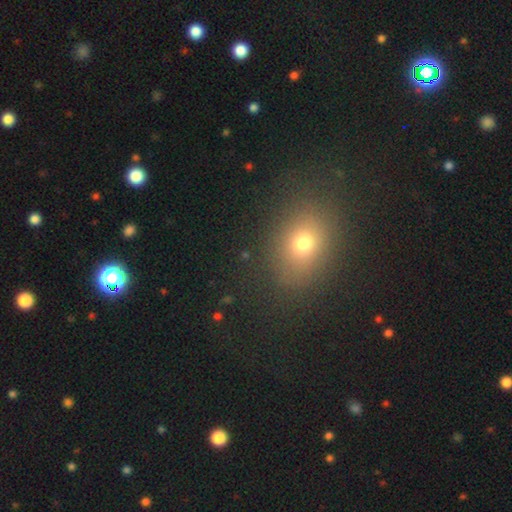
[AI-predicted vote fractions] This appears to be a smooth galaxy with no disk features (64%) that is in between round and cigar-shaped (57%). Merging: none (88%).